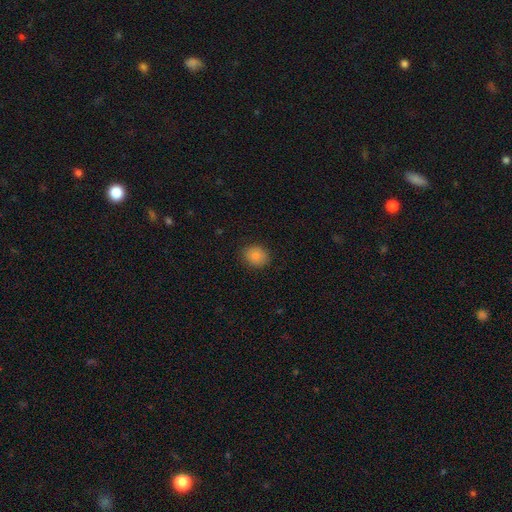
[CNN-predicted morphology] A smooth galaxy with no disk features (85%) that is round (64%).

Vote fractions:
- Smooth or featured? smooth: 85% / star or artifact: 9% / featured or disk: 6%
- How rounded? round: 64% / in between: 35% / cigar-shaped: 1%
- Merging? none: 87% / minor disturbance: 10% / major disturbance: 3% / merger: 1%